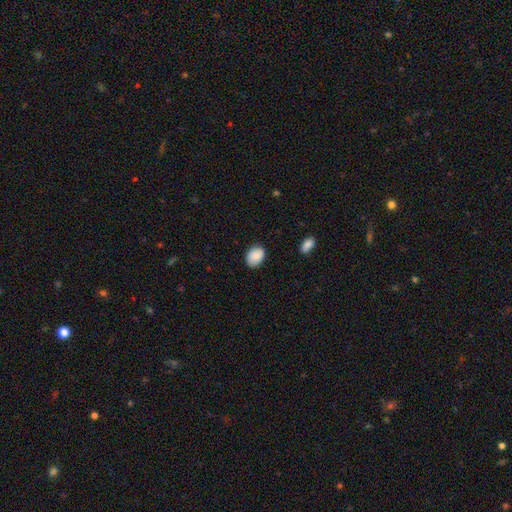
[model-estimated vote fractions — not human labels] This is clearly a smooth galaxy (88%). How rounded: likely in between (67%). Merging: clearly none (82%).